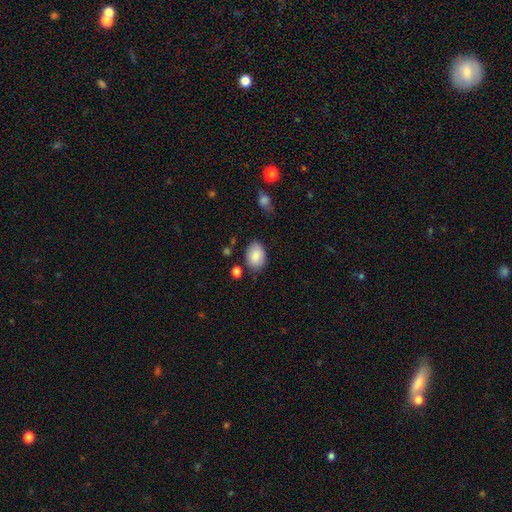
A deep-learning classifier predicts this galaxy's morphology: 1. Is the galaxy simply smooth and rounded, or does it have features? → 87% smooth, 7% star or artifact, 6% featured or disk.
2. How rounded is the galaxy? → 79% in between, 20% round, 1% cigar-shaped.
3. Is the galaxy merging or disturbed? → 79% none, 15% minor disturbance, 3% major disturbance, 3% merger.